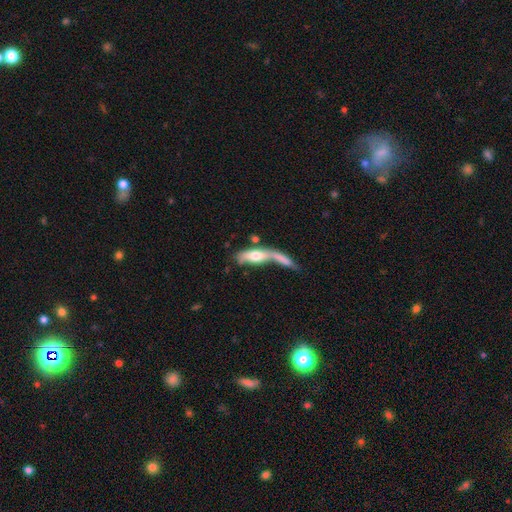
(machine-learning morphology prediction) Smooth or featured? smooth (56%)
How rounded? in between (49%)
Merging? merger (50%)